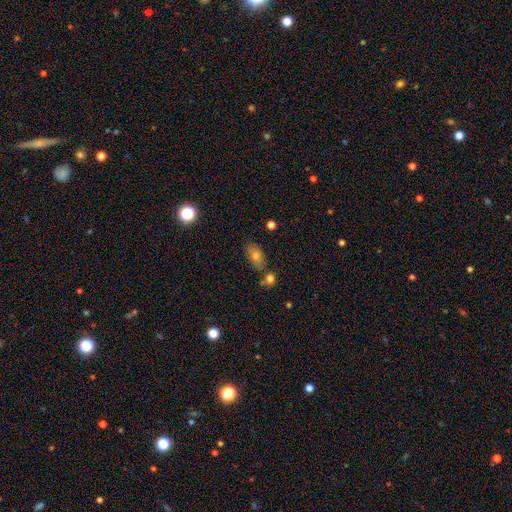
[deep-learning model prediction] Q: Smooth or featured?
A: smooth (74%); runner-up: featured or disk (16%)
Q: How rounded?
A: in between (87%); runner-up: round (9%)
Q: Merging?
A: none (69%); runner-up: minor disturbance (15%)